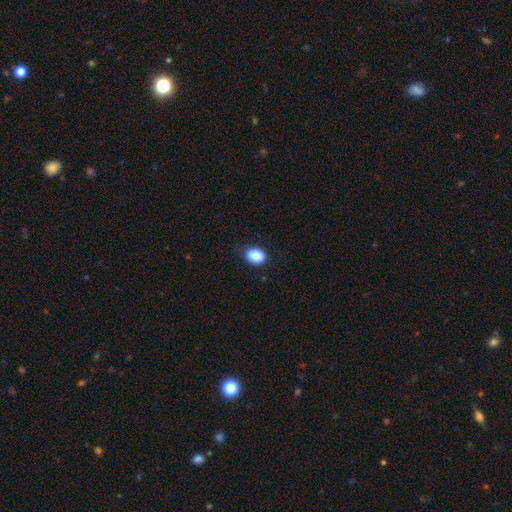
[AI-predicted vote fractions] Smooth or featured?
  - smooth: 88% *
  - star or artifact: 8%
  - featured or disk: 4%
How rounded?
  - in between: 71% *
  - round: 28%
  - cigar-shaped: 1%
Merging?
  - none: 80% *
  - minor disturbance: 16%
  - major disturbance: 3%
  - merger: 1%